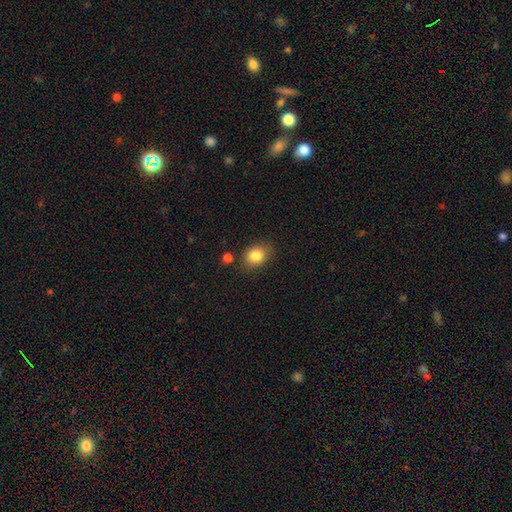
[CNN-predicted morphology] Smooth or featured?
  - smooth: 84% *
  - star or artifact: 9%
  - featured or disk: 6%
How rounded?
  - round: 53% *
  - in between: 46%
  - cigar-shaped: 1%
Merging?
  - none: 77% *
  - minor disturbance: 14%
  - merger: 5%
  - major disturbance: 4%